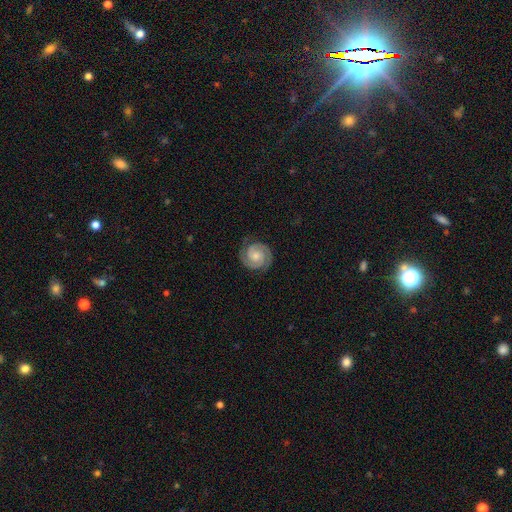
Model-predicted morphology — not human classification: Q: Smooth or featured?
A: featured or disk (90%); runner-up: smooth (6%)
Q: Edge-on disk?
A: no (98%); runner-up: yes (2%)
Q: Bar?
A: no (67%); runner-up: weak (25%)
Q: Spiral arms?
A: yes (99%); runner-up: no (1%)
Q: Spiral winding?
A: tight (75%); runner-up: medium (22%)
Q: Spiral arm count?
A: 2 (93%); runner-up: 3 (2%)
Q: Bulge size?
A: small (47%); runner-up: moderate (41%)
Q: Merging?
A: none (84%); runner-up: minor disturbance (12%)